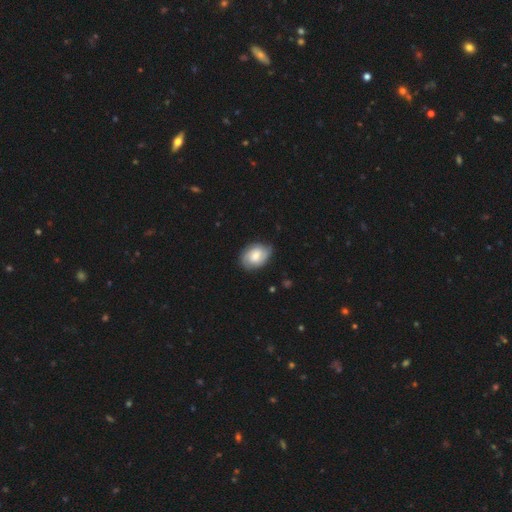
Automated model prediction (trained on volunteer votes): This is possibly a smooth galaxy (49%). Merging: likely none (73%).